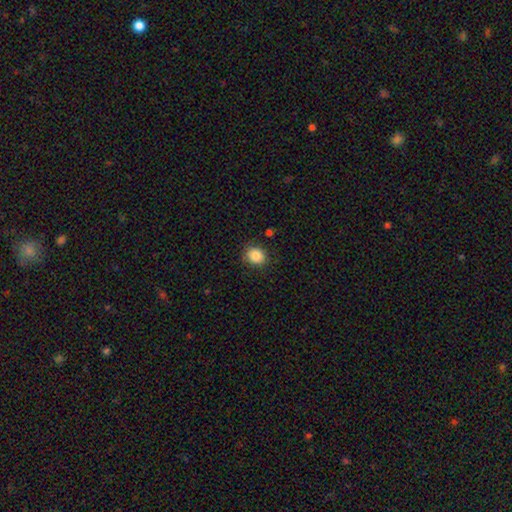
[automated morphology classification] Smooth or featured: smooth — 86% (star or artifact — 9%)
How rounded: round — 73% (in between — 26%)
Merging: none — 84% (minor disturbance — 11%)